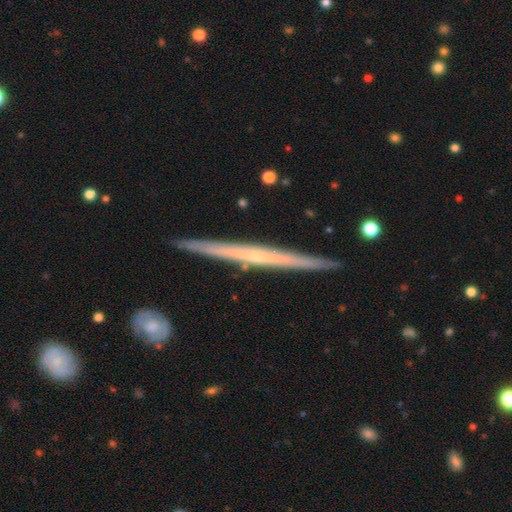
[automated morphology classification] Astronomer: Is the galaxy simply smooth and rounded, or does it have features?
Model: featured or disk — 73%.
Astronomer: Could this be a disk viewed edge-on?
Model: yes — 98%.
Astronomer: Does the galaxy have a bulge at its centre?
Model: none — 72%.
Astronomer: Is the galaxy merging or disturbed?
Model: none — 91%.